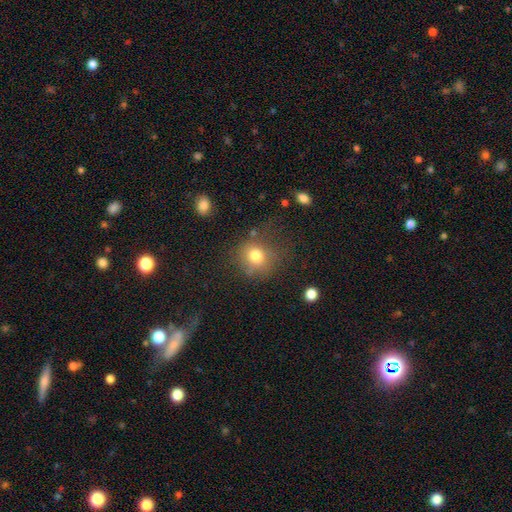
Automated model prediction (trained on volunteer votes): Smooth or featured?
  - smooth: 77% *
  - star or artifact: 13%
  - featured or disk: 10%
How rounded?
  - round: 82% *
  - in between: 17%
  - cigar-shaped: 1%
Merging?
  - none: 67% *
  - minor disturbance: 18%
  - major disturbance: 11%
  - merger: 4%